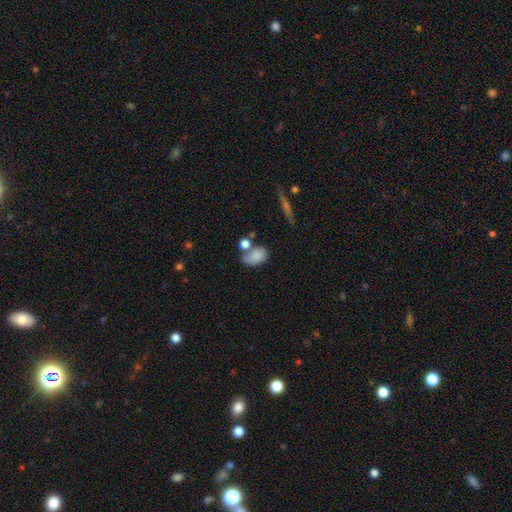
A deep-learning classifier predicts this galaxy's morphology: A smooth galaxy with no disk features (82%) that is in between round and cigar-shaped (87%).

Vote fractions:
- Smooth or featured? smooth: 82% / featured or disk: 10% / star or artifact: 9%
- How rounded? in between: 87% / round: 11% / cigar-shaped: 2%
- Merging? none: 48% / merger: 26% / minor disturbance: 18% / major disturbance: 8%